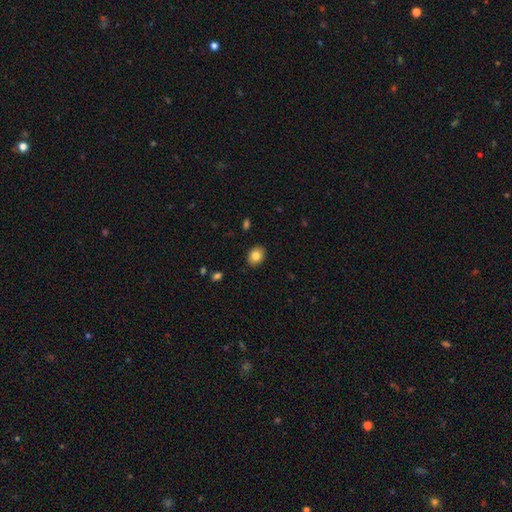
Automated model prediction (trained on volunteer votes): This is clearly a smooth galaxy (82%). How rounded: likely in between (63%). Merging: clearly none (88%).